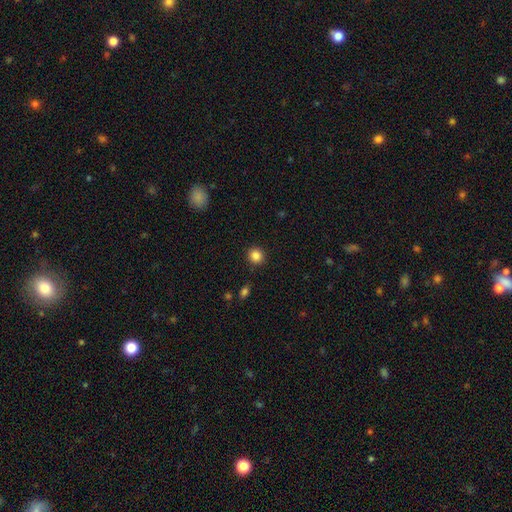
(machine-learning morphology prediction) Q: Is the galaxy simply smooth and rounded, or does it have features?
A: smooth — 86%.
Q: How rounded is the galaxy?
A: round — 91%.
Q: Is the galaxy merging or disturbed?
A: none — 91%.